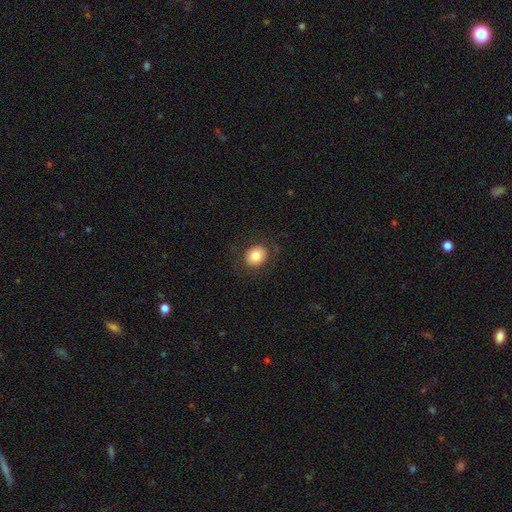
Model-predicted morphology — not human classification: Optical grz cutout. It shows a smooth galaxy with no disk features (81%) that is round (63%). Merging: none (85%).